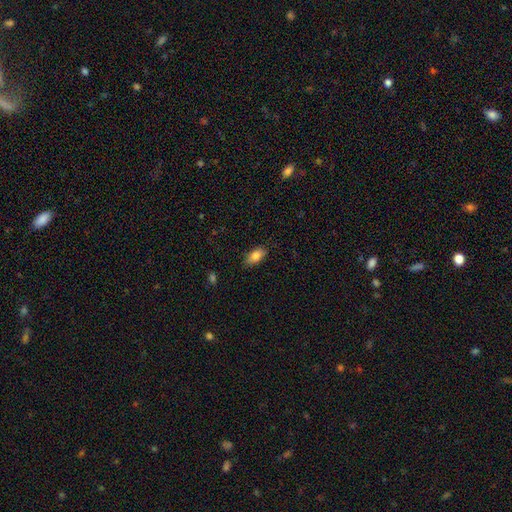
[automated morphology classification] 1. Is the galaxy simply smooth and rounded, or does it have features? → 82% smooth, 11% featured or disk, 8% star or artifact.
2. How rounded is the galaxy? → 88% in between, 8% cigar-shaped, 4% round.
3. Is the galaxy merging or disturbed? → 83% none, 13% minor disturbance, 2% major disturbance, 1% merger.